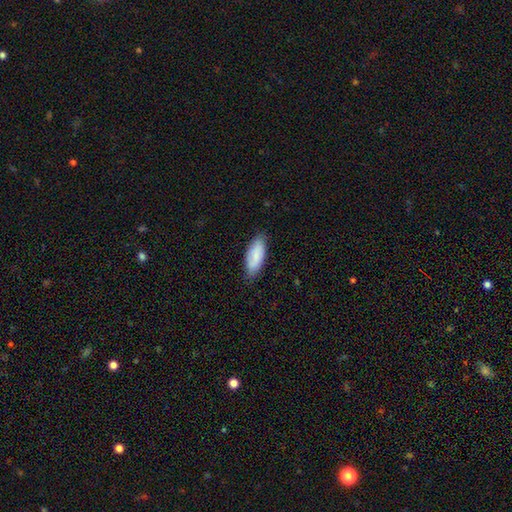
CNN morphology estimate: This is clearly a smooth galaxy (81%). How rounded: clearly in between (84%). Merging: likely none (77%).